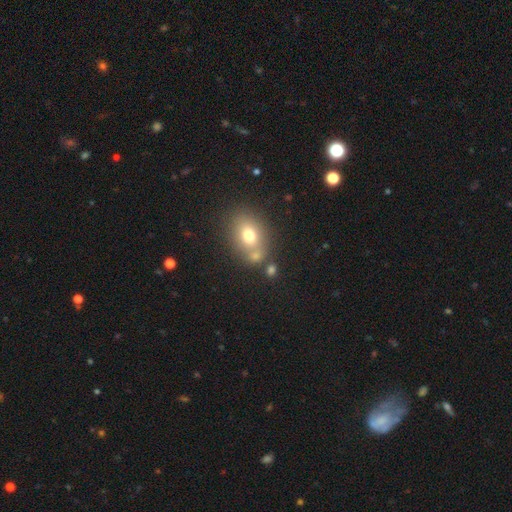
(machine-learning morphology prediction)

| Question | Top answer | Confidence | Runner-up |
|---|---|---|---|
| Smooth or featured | smooth | 70% | featured or disk (16%) |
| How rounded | in between | 61% | round (38%) |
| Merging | none | 56% | merger (27%) |